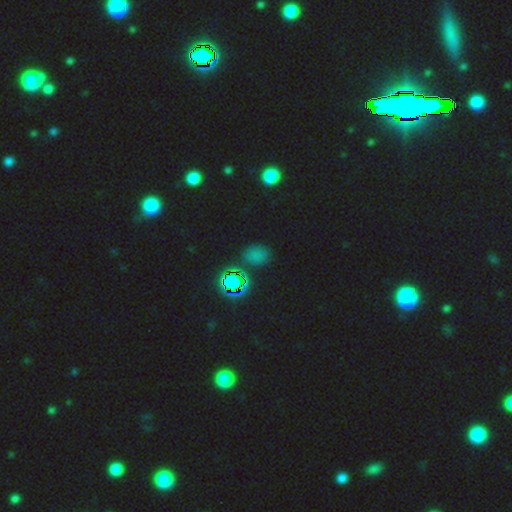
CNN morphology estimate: This is possibly a star or artifact rather than a galaxy (56%).